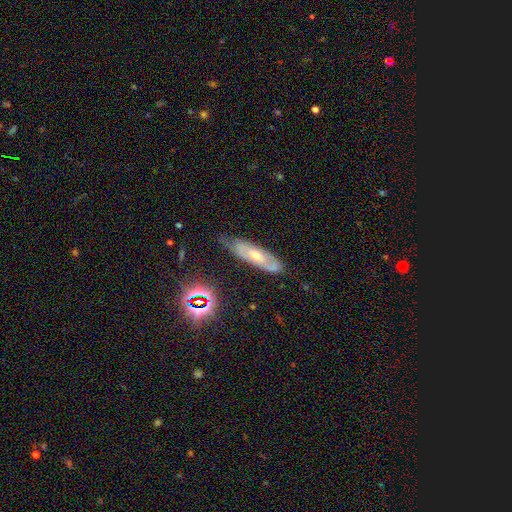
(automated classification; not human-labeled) Morphology: type=featured or disk (63%); edge-on=no (67%); merging=none (61%).